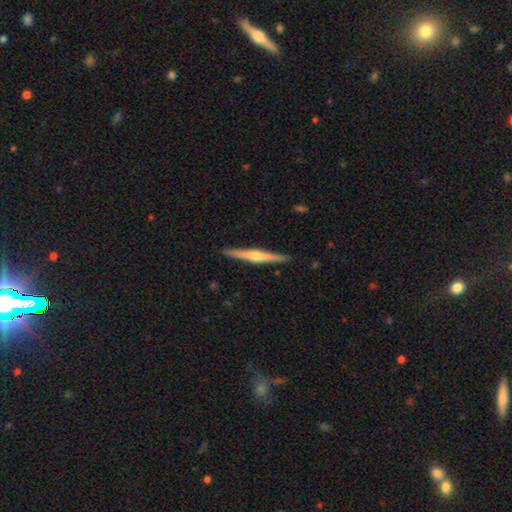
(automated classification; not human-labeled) smooth-or-featured: featured or disk: 70% | smooth: 25% | star or artifact: 5%
  disk-edge-on: yes: 98% | no: 2%
    edge-on-bulge: rounded: 84% | none: 10% | boxy: 6%
  merging: none: 91% | minor disturbance: 6% | major disturbance: 1% | merger: 1%